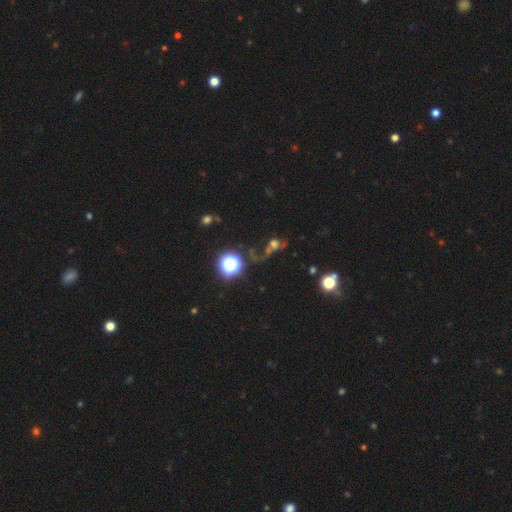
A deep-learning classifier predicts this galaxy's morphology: A star or artifact, not a galaxy (64%).